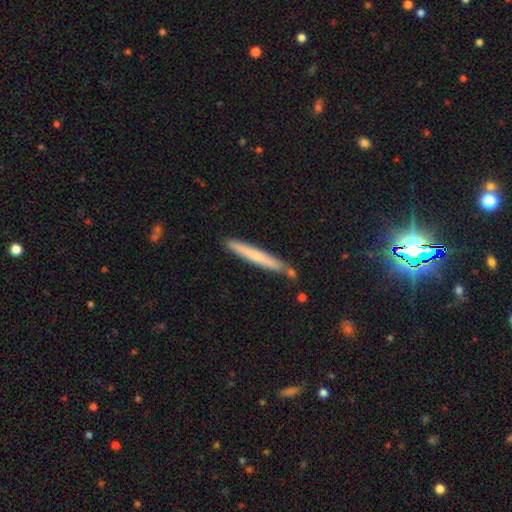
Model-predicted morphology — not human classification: This appears to be a smooth galaxy with no disk features (62%) that is cigar-shaped (97%). Merging: none (82%).